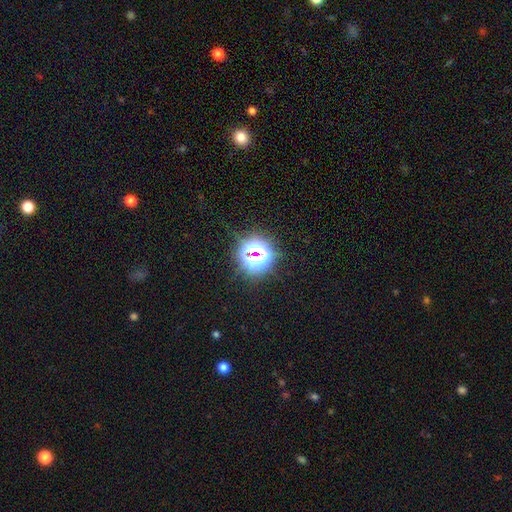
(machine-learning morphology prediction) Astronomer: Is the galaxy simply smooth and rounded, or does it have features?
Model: star or artifact — 64%.